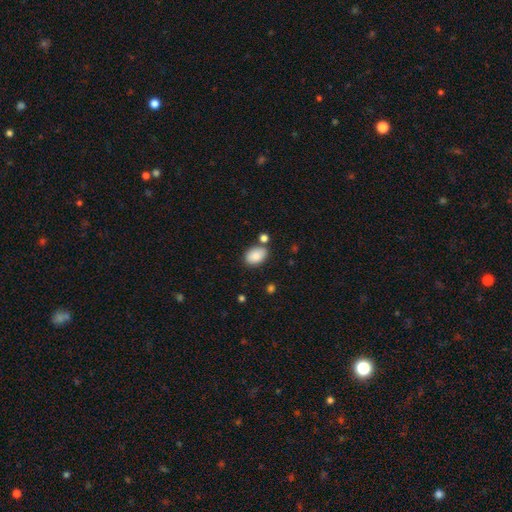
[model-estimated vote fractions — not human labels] Smooth or featured? smooth (87%)
How rounded? in between (85%)
Merging? none (73%)